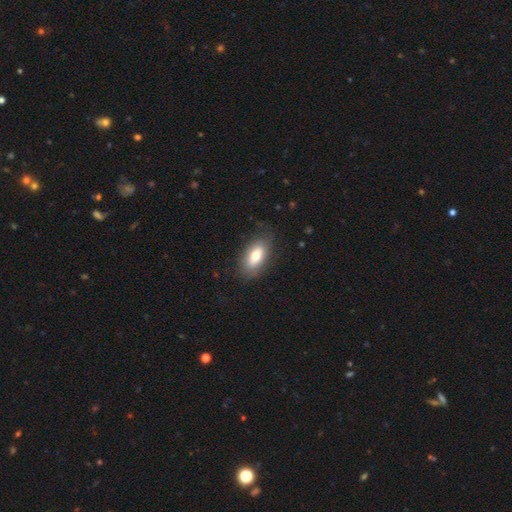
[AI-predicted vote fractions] Morphology: type=smooth (77%); roundness=in between (90%); merging=none (79%).